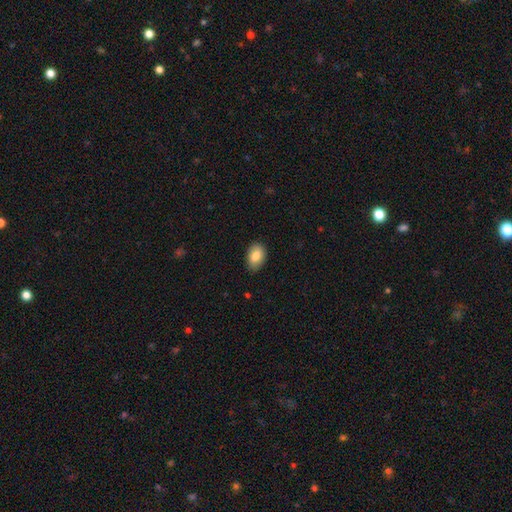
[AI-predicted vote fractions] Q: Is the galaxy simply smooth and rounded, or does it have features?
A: smooth — 84%.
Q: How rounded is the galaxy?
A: in between — 89%.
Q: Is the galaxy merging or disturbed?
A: none — 85%.